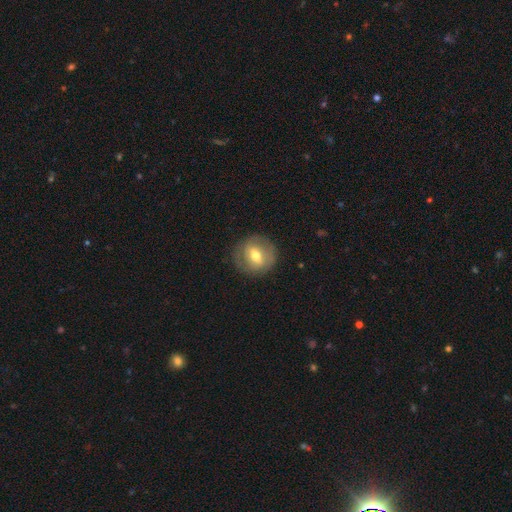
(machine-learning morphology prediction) This appears to be a featured or disk galaxy (48%). Merging: none (81%).